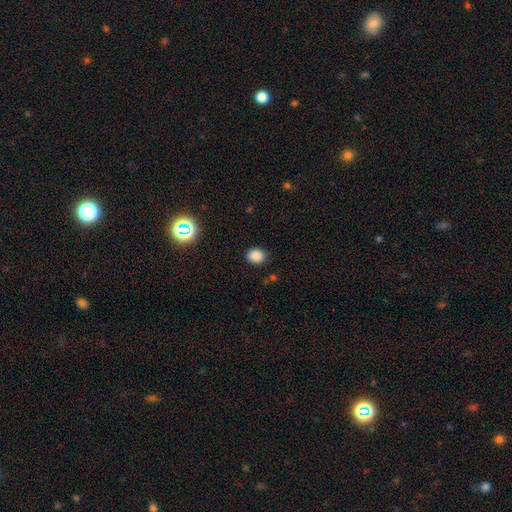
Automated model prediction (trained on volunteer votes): Q: Smooth or featured?
A: smooth (86%); runner-up: star or artifact (11%)
Q: How rounded?
A: round (51%); runner-up: in between (48%)
Q: Merging?
A: none (87%); runner-up: minor disturbance (9%)